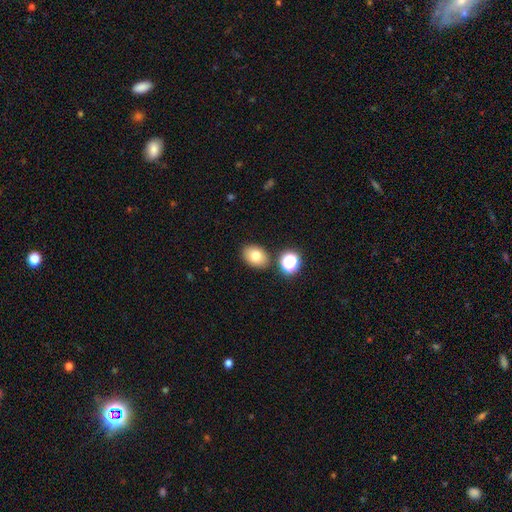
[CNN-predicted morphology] A smooth galaxy with no disk features (78%) that is in between round and cigar-shaped (69%).

Vote fractions:
- Smooth or featured? smooth: 78% / star or artifact: 12% / featured or disk: 10%
- How rounded? in between: 69% / round: 30% / cigar-shaped: 1%
- Merging? none: 83% / minor disturbance: 9% / merger: 6% / major disturbance: 2%